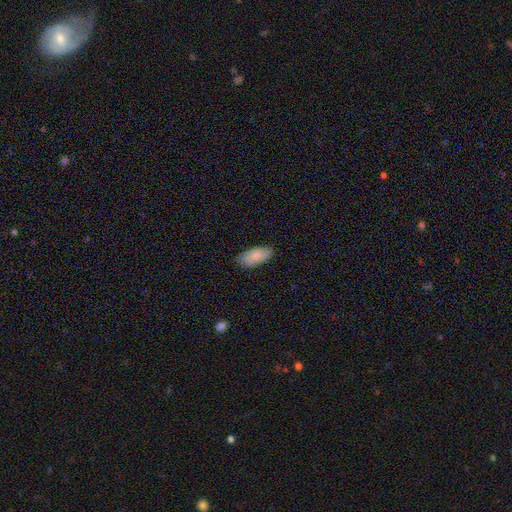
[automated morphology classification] Q: Smooth or featured?
A: smooth (83%); runner-up: featured or disk (11%)
Q: How rounded?
A: in between (90%); runner-up: cigar-shaped (8%)
Q: Merging?
A: none (81%); runner-up: minor disturbance (16%)